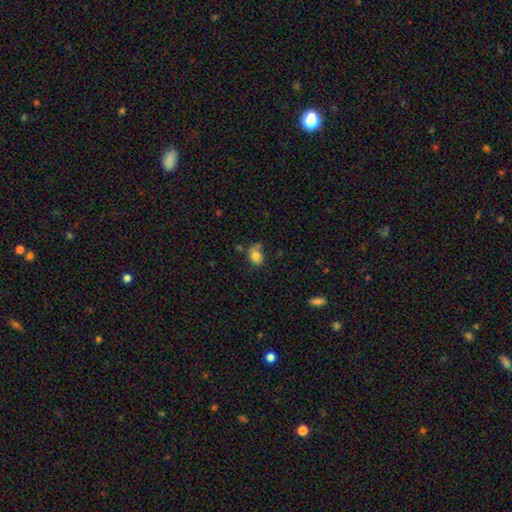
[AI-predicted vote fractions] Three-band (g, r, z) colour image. It shows a smooth galaxy with no disk features (79%) that is in between round and cigar-shaped (70%). Merging: none (58%).